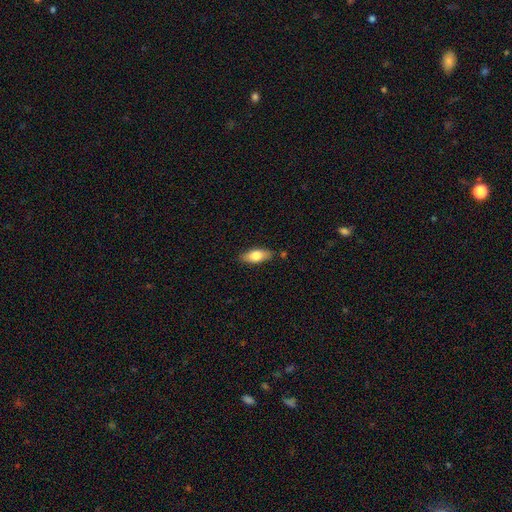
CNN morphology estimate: This is likely a smooth galaxy (73%). How rounded: likely in between (78%). Merging: clearly none (82%).